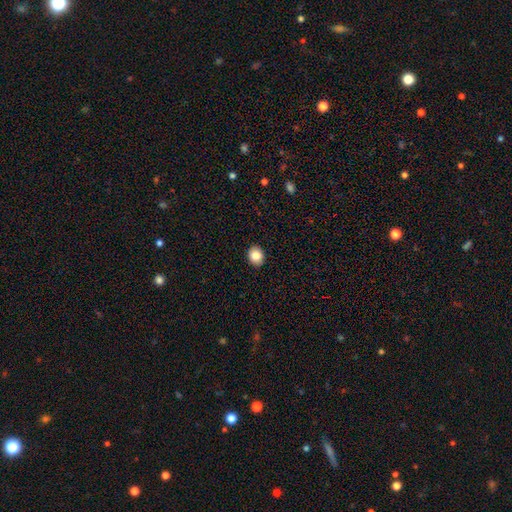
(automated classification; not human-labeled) Smooth or featured: smooth — 84% (star or artifact — 9%)
How rounded: round — 65% (in between — 34%)
Merging: none — 92% (minor disturbance — 6%)